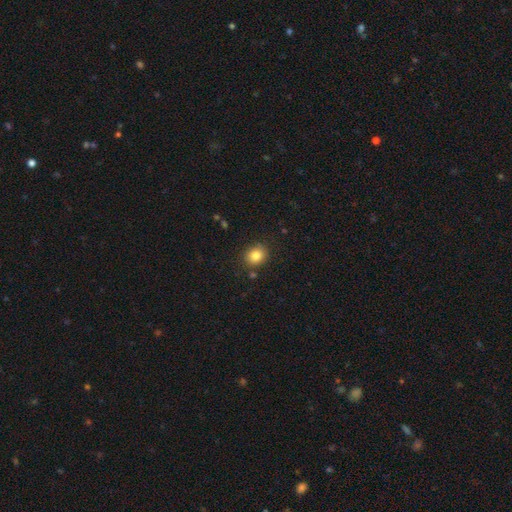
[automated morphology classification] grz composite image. It shows a smooth galaxy with no disk features (83%) that is round (67%). Merging: none (85%).